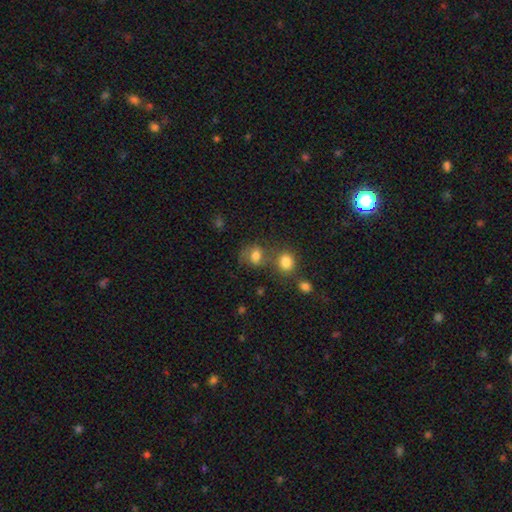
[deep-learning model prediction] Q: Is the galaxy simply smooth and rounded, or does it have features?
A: smooth — 73%.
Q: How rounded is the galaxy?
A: round — 52%.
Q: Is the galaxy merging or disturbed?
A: none — 44%.